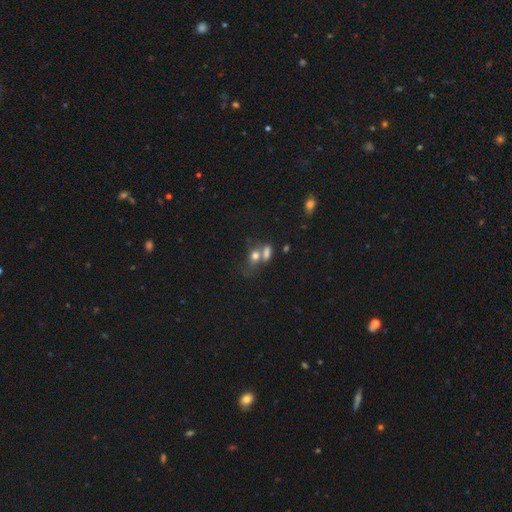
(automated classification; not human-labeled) smooth-or-featured: smooth: 70% | featured or disk: 16% | star or artifact: 13%
  how-rounded: in between: 66% | round: 28% | cigar-shaped: 6%
  merging: merger: 55% | none: 25% | minor disturbance: 10% | major disturbance: 9%